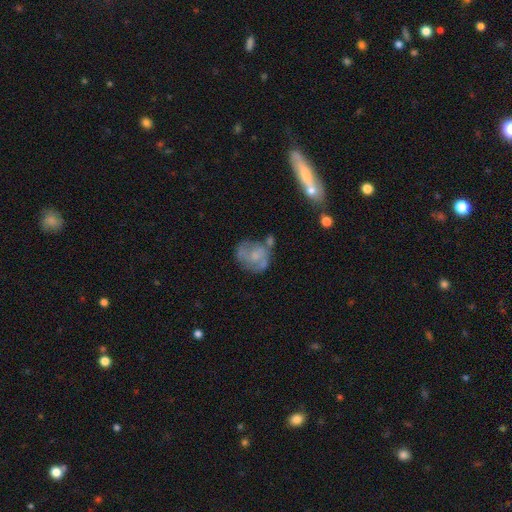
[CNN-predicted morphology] Smooth or featured? Predicted: featured or disk (p=0.56). Edge-on disk? Predicted: no (p=0.97). Bar? Predicted: no (p=0.74). Spiral arms? Predicted: yes (p=0.60). Bulge size? Predicted: small (p=0.36). Merging? Predicted: none (p=0.45).